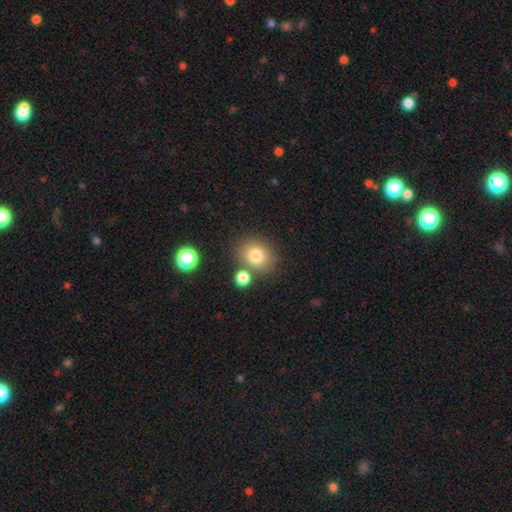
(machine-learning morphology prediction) type=smooth (79%); roundness=round (62%); merging=none (74%).